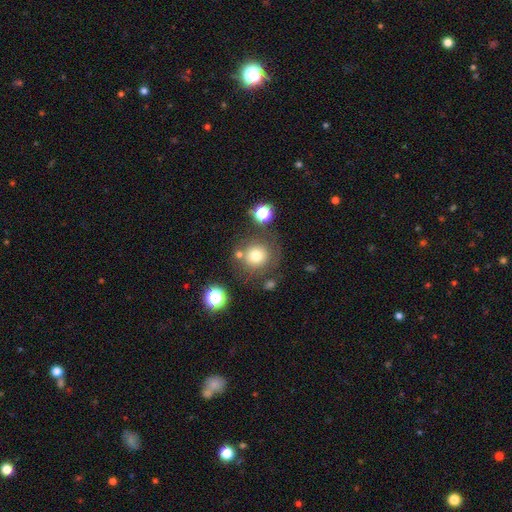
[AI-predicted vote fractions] A smooth galaxy with no disk features (74%) that is round (92%).

Vote fractions:
- Smooth or featured? smooth: 74% / star or artifact: 14% / featured or disk: 12%
- How rounded? round: 92% / in between: 7% / cigar-shaped: 1%
- Merging? none: 74% / minor disturbance: 11% / merger: 9% / major disturbance: 6%